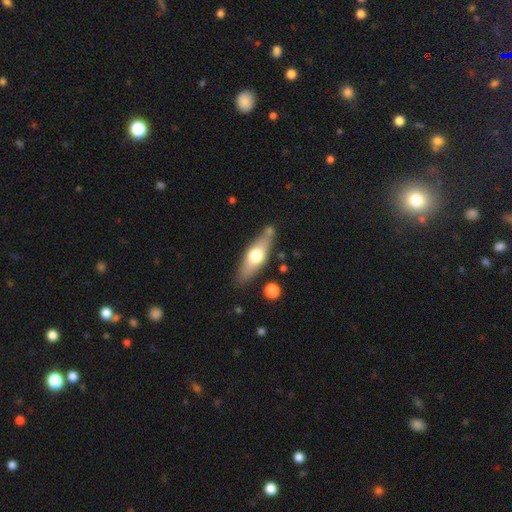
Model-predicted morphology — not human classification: Smooth or featured? Predicted: smooth (p=0.51). How rounded? Predicted: cigar-shaped (p=0.53). Merging? Predicted: none (p=0.80).